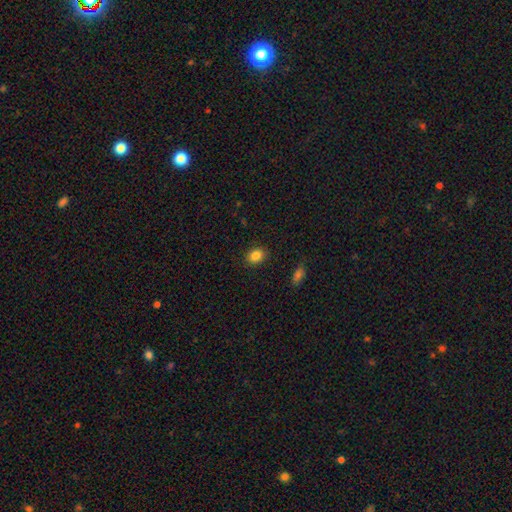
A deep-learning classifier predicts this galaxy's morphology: Smooth or featured? Predicted: smooth (p=0.84). How rounded? Predicted: round (p=0.50). Merging? Predicted: none (p=0.88).